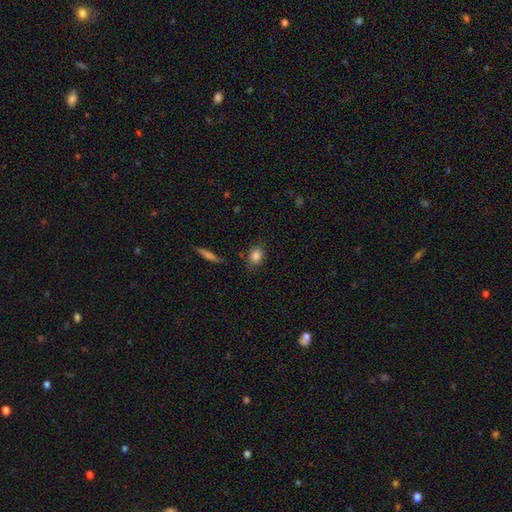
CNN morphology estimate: Smooth or featured? smooth (84%)
How rounded? in between (59%)
Merging? none (80%)